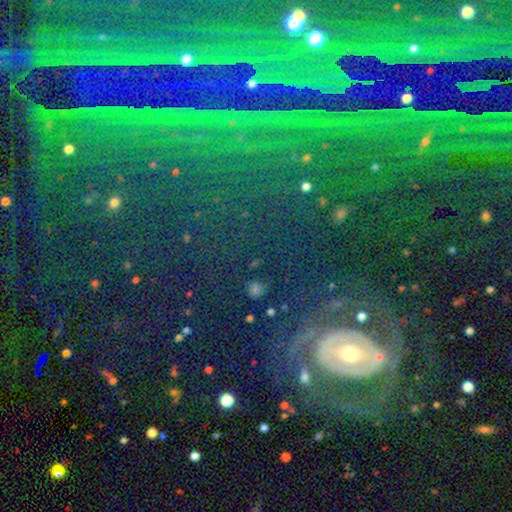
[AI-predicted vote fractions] A star or artifact, not a galaxy (54%).

Vote fractions:
- Smooth or featured? star or artifact: 54% / featured or disk: 29% / smooth: 16%